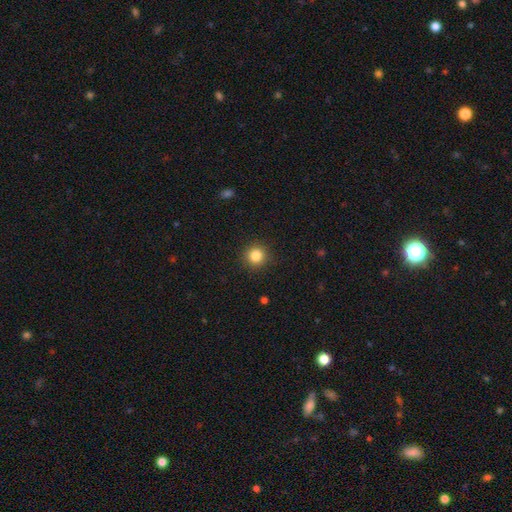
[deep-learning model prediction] smooth_or_featured: smooth (p=0.83) [alt: star or artifact p=0.11]
how_rounded: round (p=0.94) [alt: in between p=0.05]
merging: none (p=0.91) [alt: minor disturbance p=0.06]